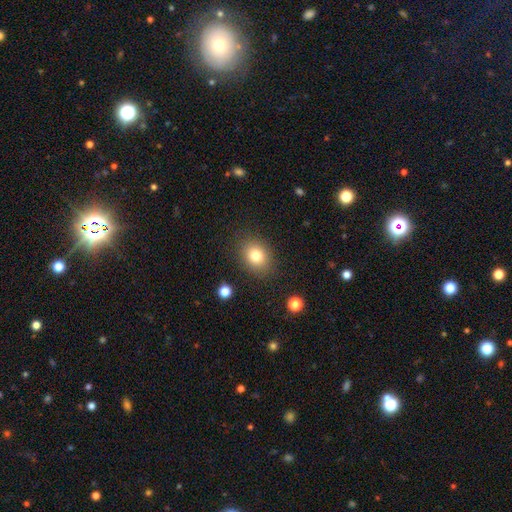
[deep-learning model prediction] smooth_or_featured: smooth (p=0.79) [alt: star or artifact p=0.11]
how_rounded: in between (p=0.50) [alt: round p=0.49]
merging: none (p=0.85) [alt: minor disturbance p=0.10]